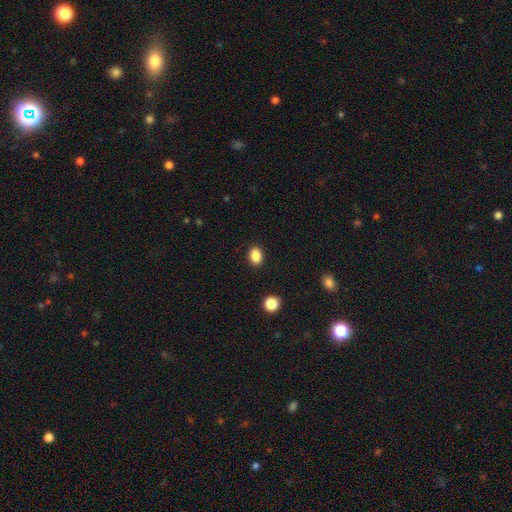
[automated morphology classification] type=smooth (87%); roundness=in between (71%); merging=none (90%).